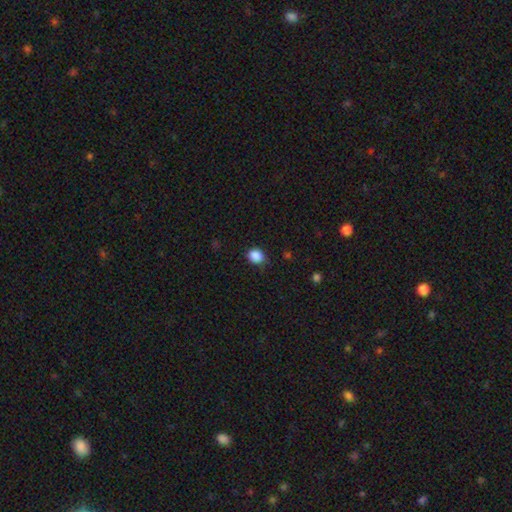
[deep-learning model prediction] smooth_or_featured: smooth (p=0.88) [alt: star or artifact p=0.10]
how_rounded: round (p=0.62) [alt: in between p=0.37]
merging: none (p=0.80) [alt: minor disturbance p=0.16]